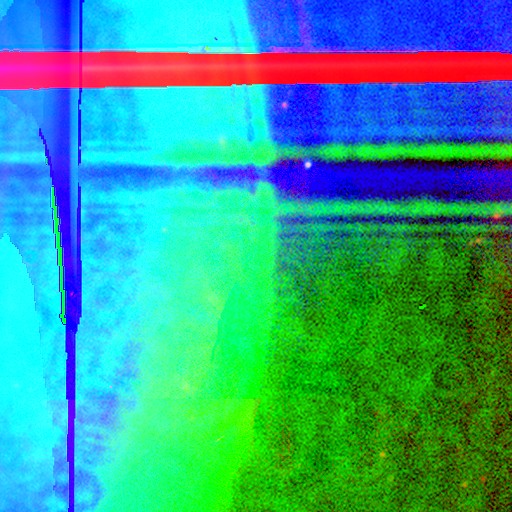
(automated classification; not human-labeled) Smooth or featured? star or artifact (82%)